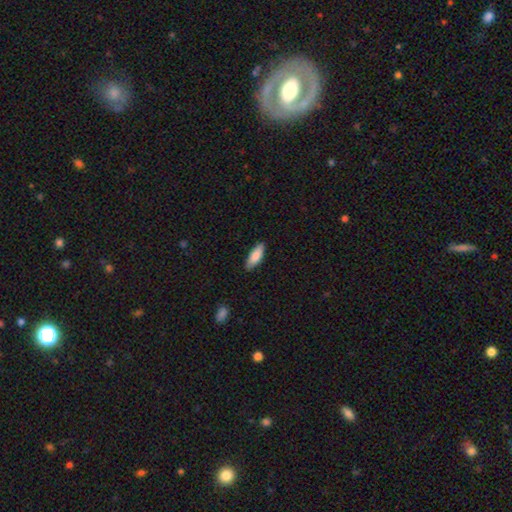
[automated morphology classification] This is clearly a smooth galaxy (85%). How rounded: likely in between (65%). Merging: clearly none (86%).